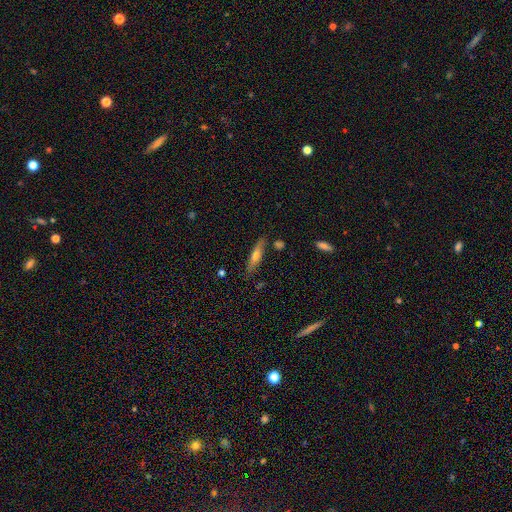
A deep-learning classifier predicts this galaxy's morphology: Smooth or featured? Predicted: smooth (p=0.52). How rounded? Predicted: cigar-shaped (p=0.81). Merging? Predicted: none (p=0.81).